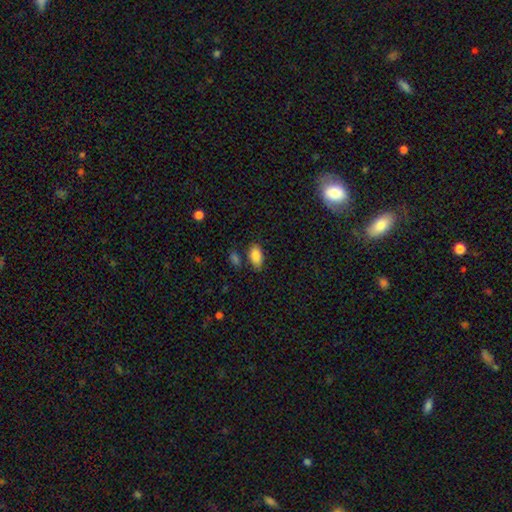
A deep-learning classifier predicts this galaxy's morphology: Q: Smooth or featured?
A: smooth (87%); runner-up: star or artifact (7%)
Q: How rounded?
A: in between (93%); runner-up: round (4%)
Q: Merging?
A: none (75%); runner-up: minor disturbance (15%)